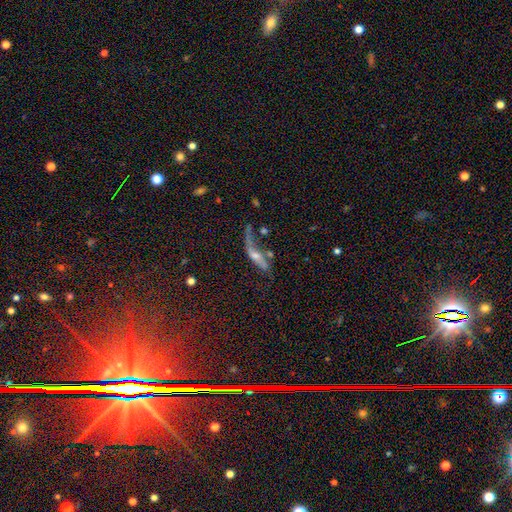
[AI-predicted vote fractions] smooth-or-featured: featured or disk: 59% | smooth: 29% | star or artifact: 13%
  disk-edge-on: no: 55% | yes: 45%
  merging: major disturbance: 34% | none: 29% | minor disturbance: 19% | merger: 18%